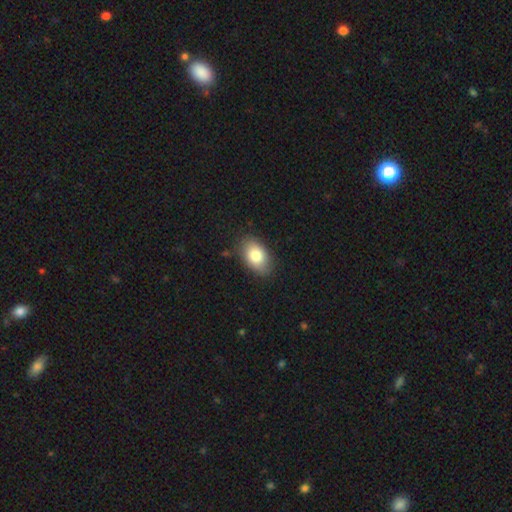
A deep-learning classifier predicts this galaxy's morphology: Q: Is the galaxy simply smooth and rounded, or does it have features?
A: smooth — 82%.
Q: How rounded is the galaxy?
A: in between — 89%.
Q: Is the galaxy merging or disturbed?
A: none — 82%.